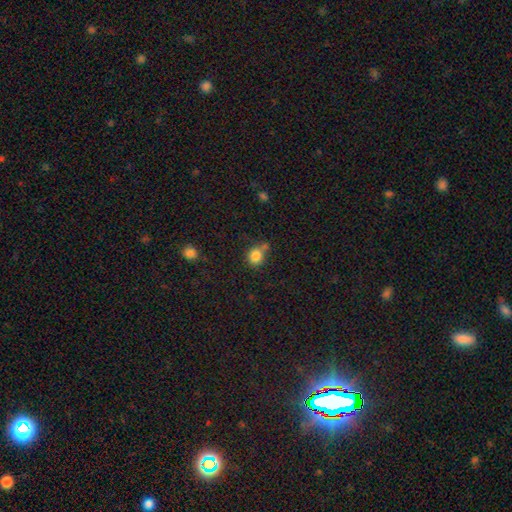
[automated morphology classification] smooth-or-featured: smooth: 83% | star or artifact: 11% | featured or disk: 6%
  how-rounded: round: 73% | in between: 26% | cigar-shaped: 1%
  merging: none: 52% | merger: 22% | minor disturbance: 20% | major disturbance: 7%